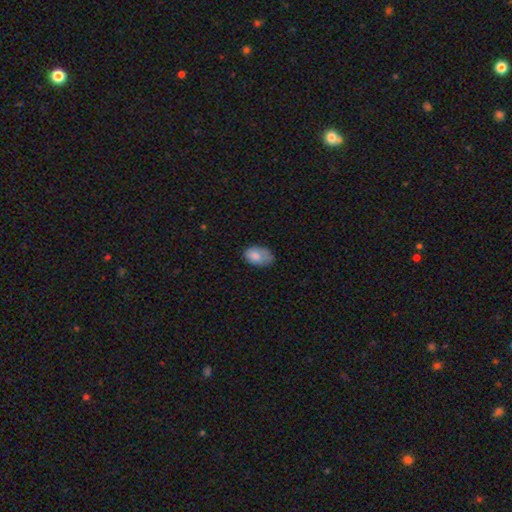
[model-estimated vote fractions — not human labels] Smooth or featured? smooth (81%)
How rounded? in between (89%)
Merging? none (52%)